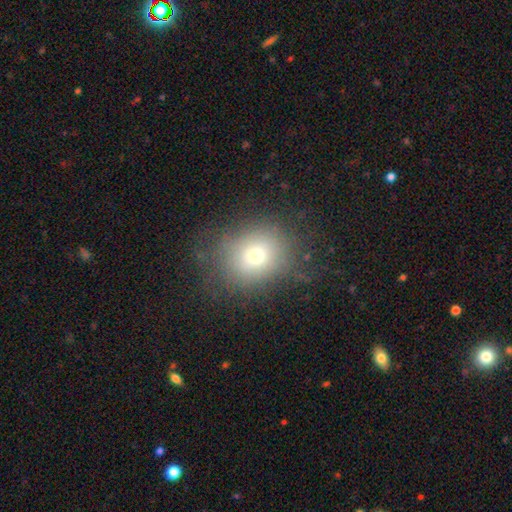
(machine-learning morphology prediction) Overall: smooth (68%). How rounded: round (69%; in between 30%). Merging: none (72%).